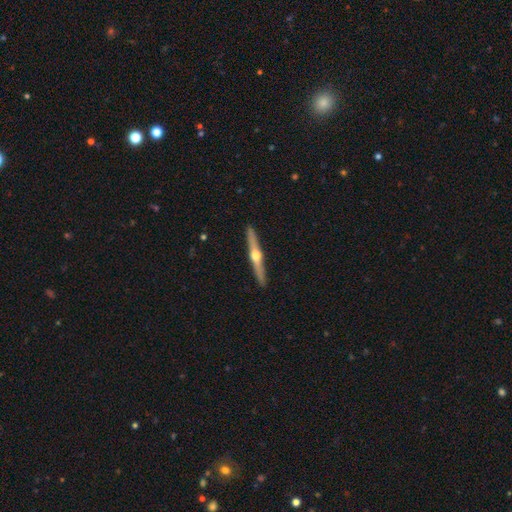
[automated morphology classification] This is likely a featured or disk galaxy (76%). It is clearly viewed edge-on (98%). Edge-on bulge: clearly rounded (95%). Merging: clearly none (92%).